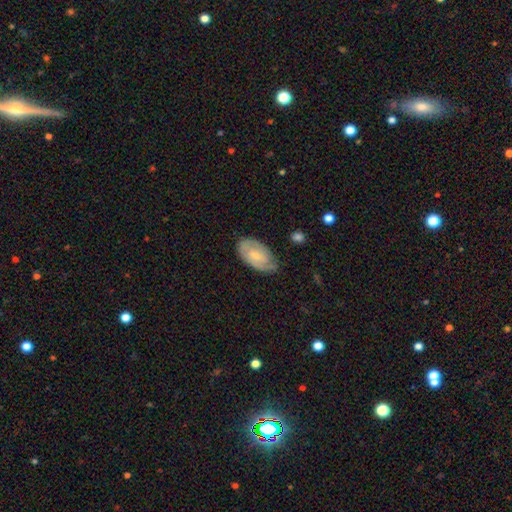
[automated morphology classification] Smooth or featured? featured or disk (61%)
Edge-on disk? no (95%)
Bar? no (55%)
Spiral arms? yes (85%)
Bulge size? small (61%)
Merging? none (69%)